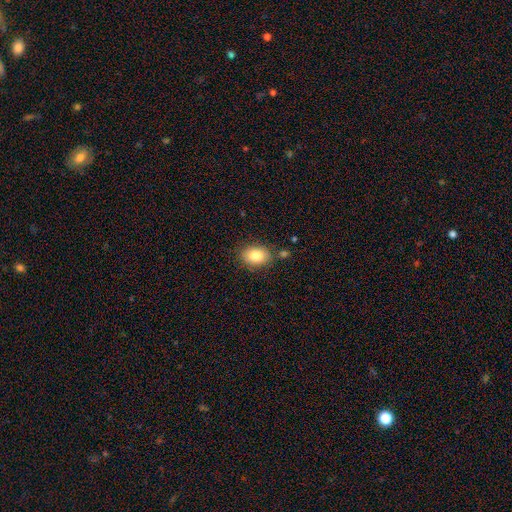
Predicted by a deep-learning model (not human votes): This appears to be a smooth galaxy with no disk features (84%) that is in between round and cigar-shaped (76%). Merging: none (80%).